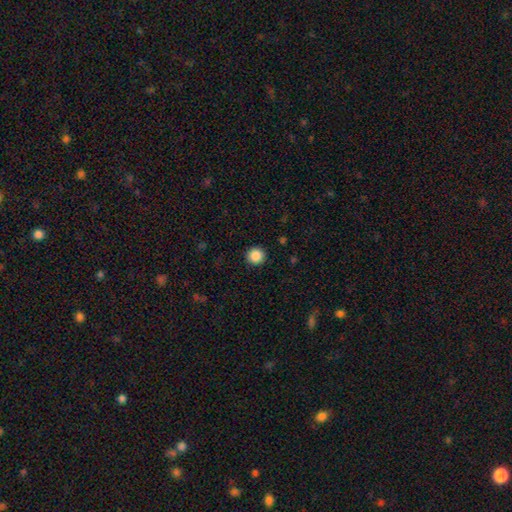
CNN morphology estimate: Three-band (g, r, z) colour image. It shows a smooth galaxy with no disk features (87%) that is round (95%). Merging: none (92%).